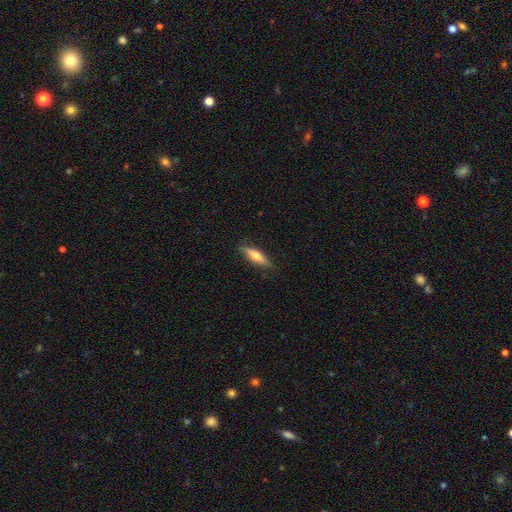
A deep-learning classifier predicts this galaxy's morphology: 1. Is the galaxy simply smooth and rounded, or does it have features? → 59% smooth, 35% featured or disk, 6% star or artifact.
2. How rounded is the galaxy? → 63% cigar-shaped, 35% in between, 2% round.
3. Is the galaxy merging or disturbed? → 84% none, 13% minor disturbance, 2% major disturbance, 1% merger.